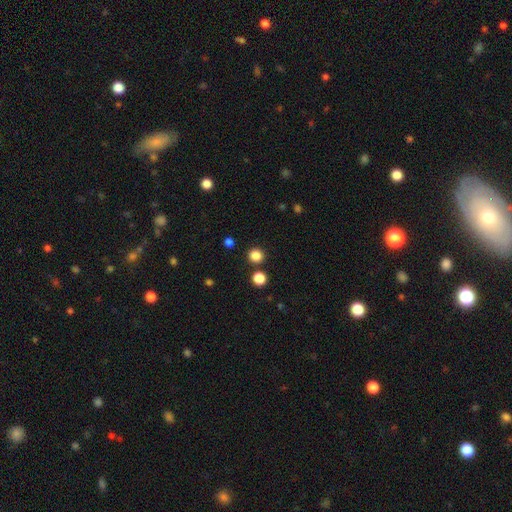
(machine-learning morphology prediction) smooth_or_featured: smooth (p=0.84) [alt: star or artifact p=0.13]
how_rounded: round (p=0.92) [alt: in between p=0.07]
merging: none (p=0.88) [alt: minor disturbance p=0.05]